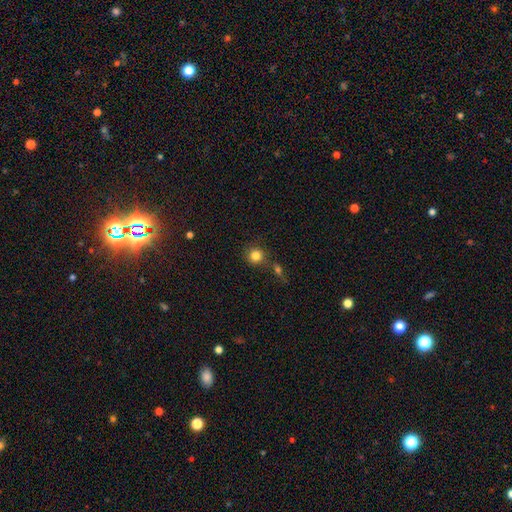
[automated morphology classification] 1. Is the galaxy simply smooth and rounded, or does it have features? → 83% smooth, 11% star or artifact, 6% featured or disk.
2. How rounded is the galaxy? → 91% round, 8% in between, 1% cigar-shaped.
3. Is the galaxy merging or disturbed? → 69% none, 17% merger, 10% minor disturbance, 4% major disturbance.